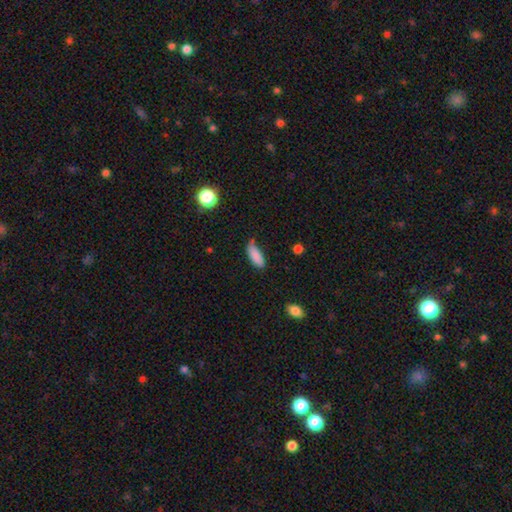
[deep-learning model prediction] Morphology: type=smooth (86%); roundness=in between (73%); merging=none (58%).